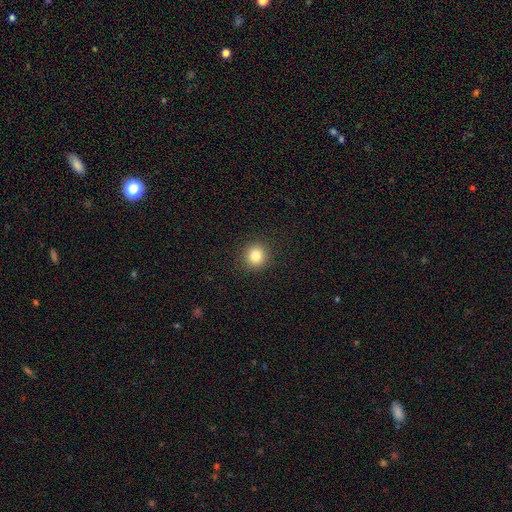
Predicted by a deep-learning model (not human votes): Q: Smooth or featured?
A: smooth (83%); runner-up: star or artifact (11%)
Q: How rounded?
A: round (93%); runner-up: in between (6%)
Q: Merging?
A: none (92%); runner-up: minor disturbance (5%)